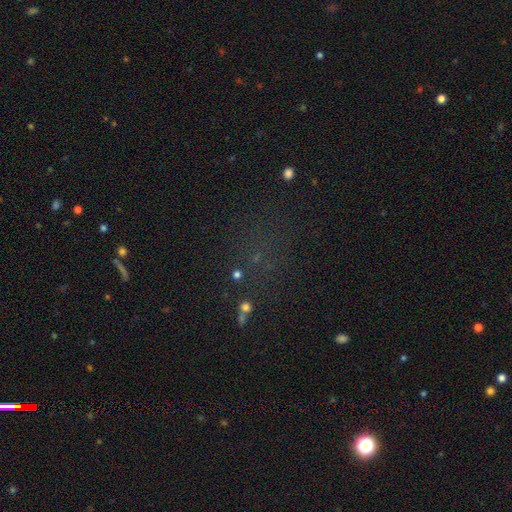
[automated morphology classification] smooth-or-featured: star or artifact: 60% | smooth: 28% | featured or disk: 12%